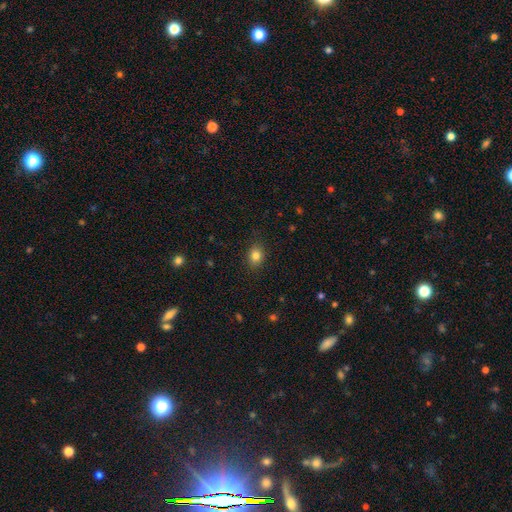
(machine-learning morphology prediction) Smooth or featured? Predicted: smooth (p=0.82). How rounded? Predicted: in between (p=0.51). Merging? Predicted: none (p=0.87).